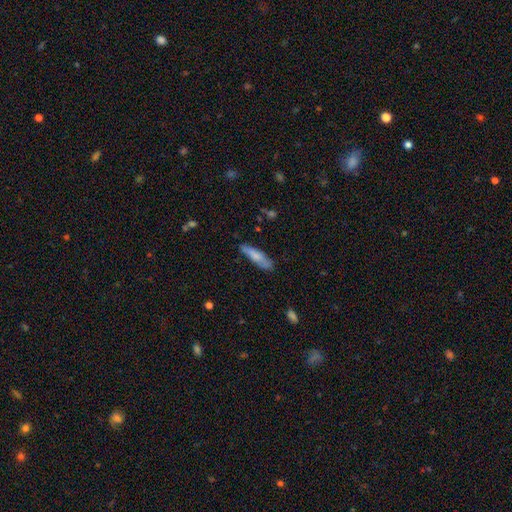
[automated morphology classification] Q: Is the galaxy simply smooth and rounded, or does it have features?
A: smooth — 74%.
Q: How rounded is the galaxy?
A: cigar-shaped — 75%.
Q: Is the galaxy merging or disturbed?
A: none — 76%.